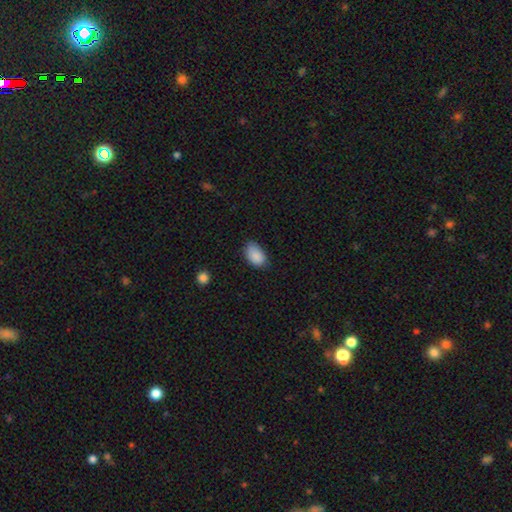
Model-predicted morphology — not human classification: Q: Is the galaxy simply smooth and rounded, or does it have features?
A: smooth — 89%.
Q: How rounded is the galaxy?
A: in between — 91%.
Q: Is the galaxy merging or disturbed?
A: none — 68%.